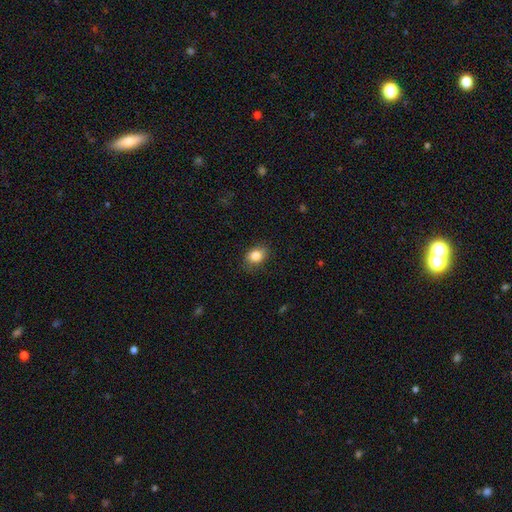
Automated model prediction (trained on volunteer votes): Smooth or featured?
  - smooth: 84% *
  - star or artifact: 9%
  - featured or disk: 7%
How rounded?
  - in between: 66% *
  - round: 33%
  - cigar-shaped: 1%
Merging?
  - none: 82% *
  - minor disturbance: 14%
  - major disturbance: 3%
  - merger: 1%